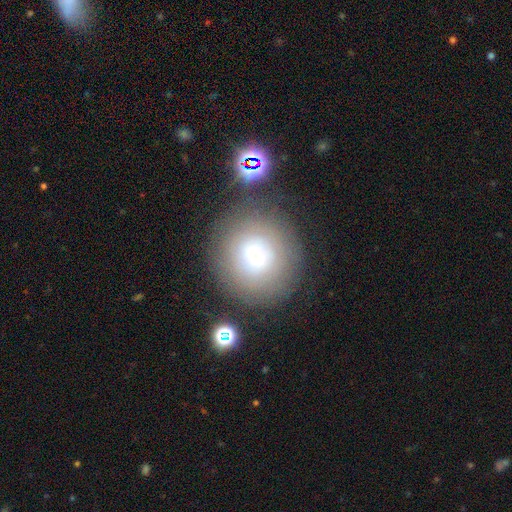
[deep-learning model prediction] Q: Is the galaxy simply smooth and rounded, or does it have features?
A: smooth — 65%.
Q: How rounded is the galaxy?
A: round — 94%.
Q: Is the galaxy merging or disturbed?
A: none — 80%.